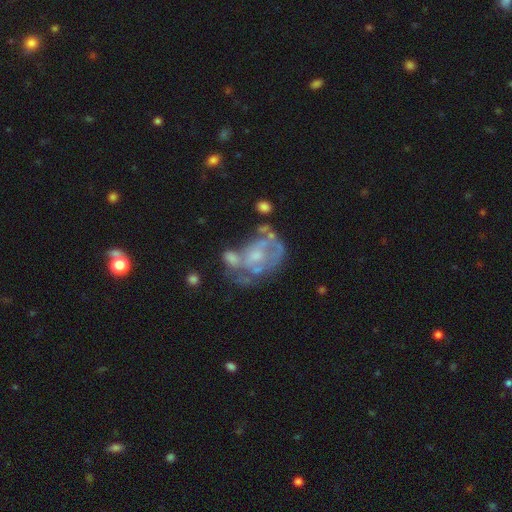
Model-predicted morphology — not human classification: Smooth or featured: featured or disk — 70% (smooth — 19%)
Edge-on disk: no — 97% (yes — 3%)
Bar: no — 80% (weak — 17%)
Spiral arms: no — 62% (yes — 38%)
Bulge size: small — 40% (moderate — 36%)
Merging: none — 30% (major disturbance — 27%)